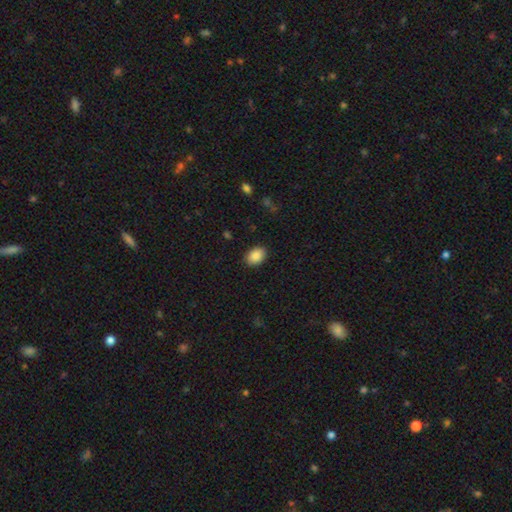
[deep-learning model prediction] Smooth or featured?
  - smooth: 89% *
  - star or artifact: 7%
  - featured or disk: 4%
How rounded?
  - in between: 82% *
  - round: 17%
  - cigar-shaped: 1%
Merging?
  - none: 89% *
  - minor disturbance: 8%
  - major disturbance: 2%
  - merger: 1%